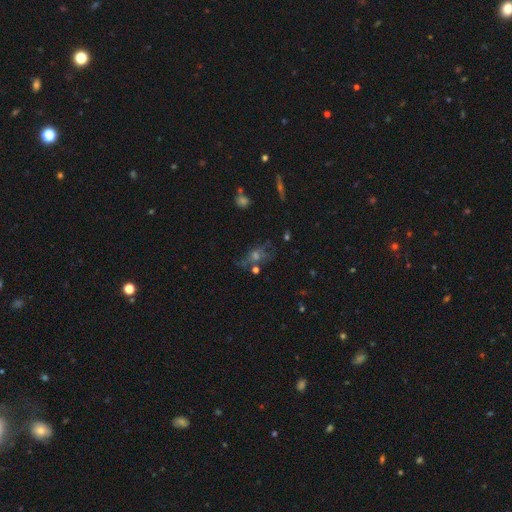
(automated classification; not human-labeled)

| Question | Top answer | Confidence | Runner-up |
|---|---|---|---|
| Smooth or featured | featured or disk | 38% | star or artifact (32%) |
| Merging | none | 55% | minor disturbance (19%) |